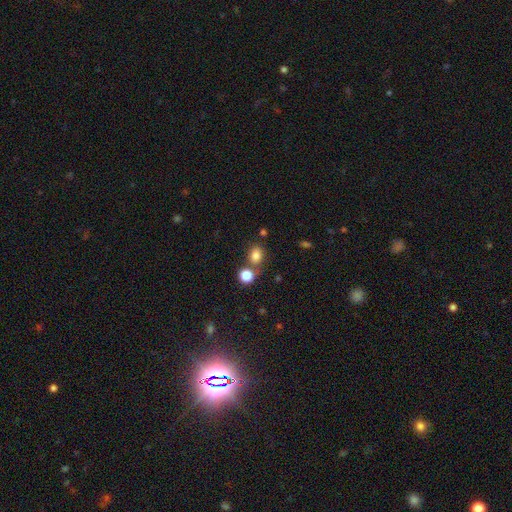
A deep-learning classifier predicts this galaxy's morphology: A smooth galaxy with no disk features (81%) that is round (54%). Merging: none (64%).